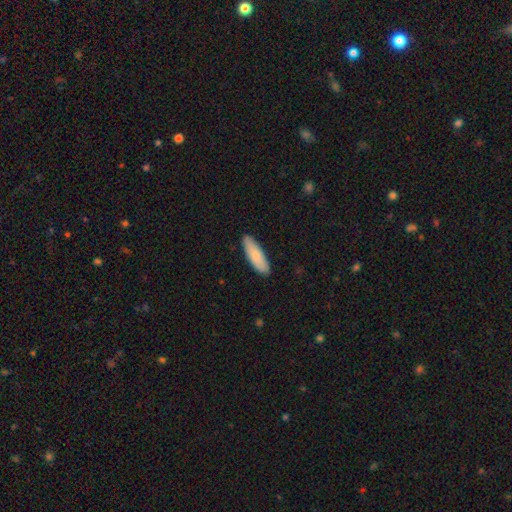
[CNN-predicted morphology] smooth-or-featured: smooth: 83% | featured or disk: 12% | star or artifact: 5%
  how-rounded: in between: 52% | cigar-shaped: 46% | round: 2%
  merging: none: 87% | minor disturbance: 10% | major disturbance: 2% | merger: 1%